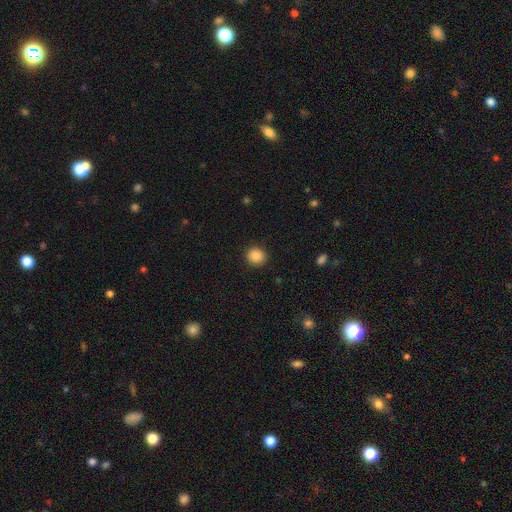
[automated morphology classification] Smooth or featured? Predicted: smooth (p=0.88). How rounded? Predicted: round (p=0.88). Merging? Predicted: none (p=0.91).